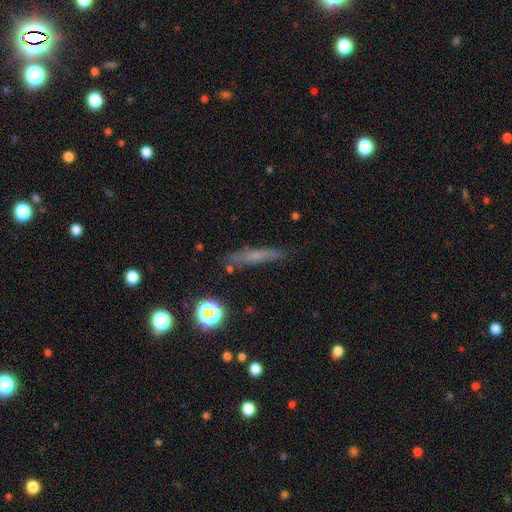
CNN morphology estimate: Smooth or featured: smooth — 50% (featured or disk — 34%)
Merging: none — 80% (minor disturbance — 14%)